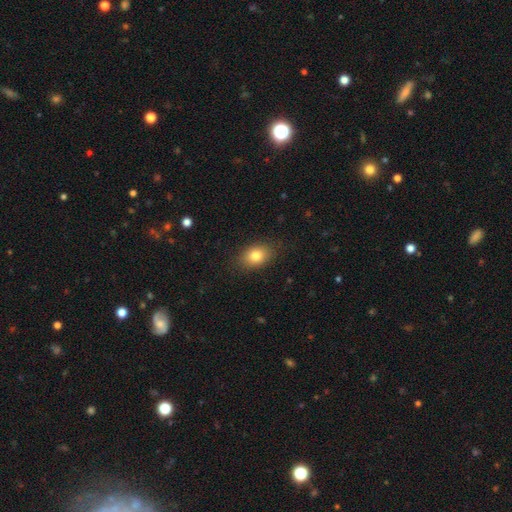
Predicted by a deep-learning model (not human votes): smooth_or_featured: smooth (p=0.81) [alt: star or artifact p=0.10]
how_rounded: in between (p=0.76) [alt: round p=0.23]
merging: none (p=0.86) [alt: minor disturbance p=0.10]